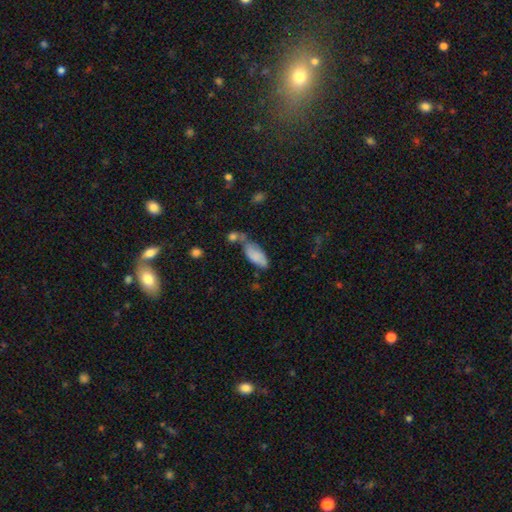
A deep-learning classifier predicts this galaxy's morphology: Smooth or featured? smooth (81%)
How rounded? in between (83%)
Merging? none (40%)